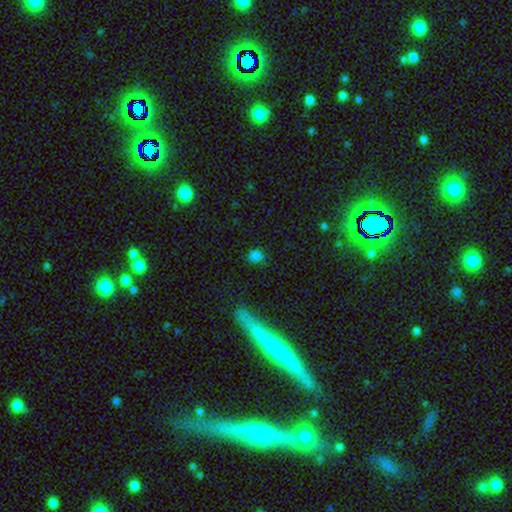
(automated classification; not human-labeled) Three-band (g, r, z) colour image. It shows a smooth galaxy with no disk features (80%) that is round (61%). Merging: none (84%).